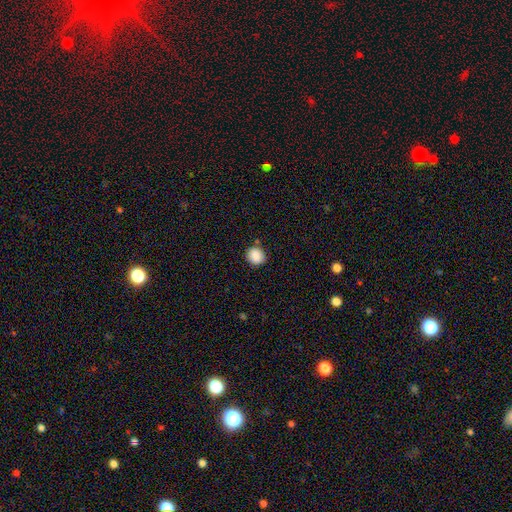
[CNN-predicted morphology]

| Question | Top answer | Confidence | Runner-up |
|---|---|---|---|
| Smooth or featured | smooth | 88% | star or artifact (8%) |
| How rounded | round | 82% | in between (17%) |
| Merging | none | 84% | minor disturbance (11%) |